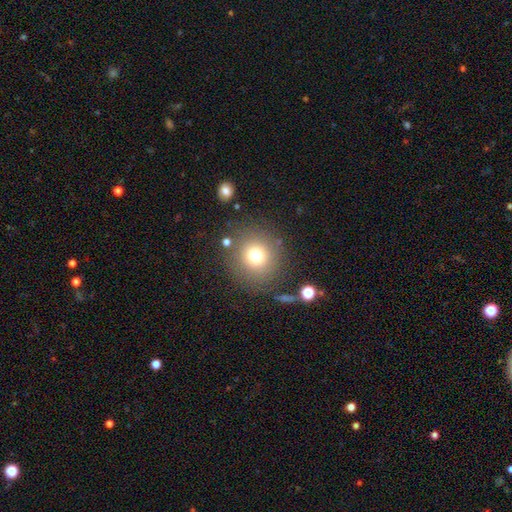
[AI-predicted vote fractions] Smooth or featured: smooth — 74% (star or artifact — 15%)
How rounded: round — 93% (in between — 6%)
Merging: none — 83% (minor disturbance — 9%)